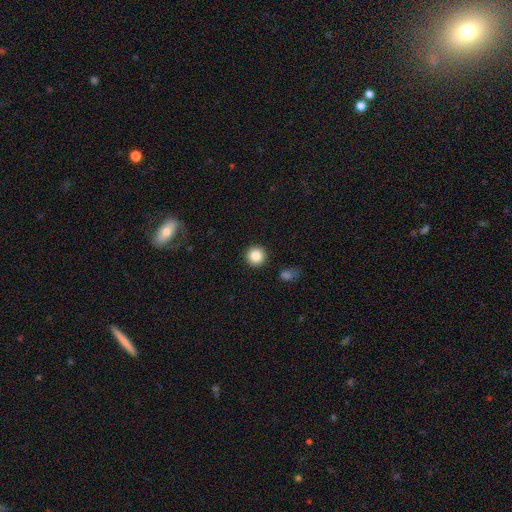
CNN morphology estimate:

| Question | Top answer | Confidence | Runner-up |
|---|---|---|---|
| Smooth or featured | smooth | 85% | star or artifact (10%) |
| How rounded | round | 95% | in between (4%) |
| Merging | none | 91% | minor disturbance (5%) |